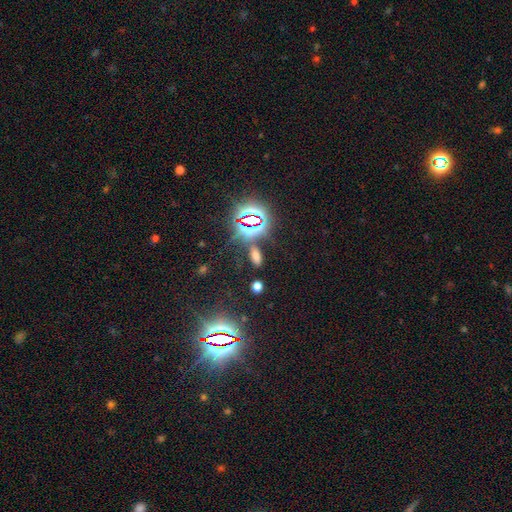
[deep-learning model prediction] Smooth or featured?
  - smooth: 56% *
  - star or artifact: 36%
  - featured or disk: 8%
How rounded?
  - in between: 79% *
  - cigar-shaped: 14%
  - round: 7%
Merging?
  - none: 80% *
  - minor disturbance: 10%
  - merger: 5%
  - major disturbance: 4%